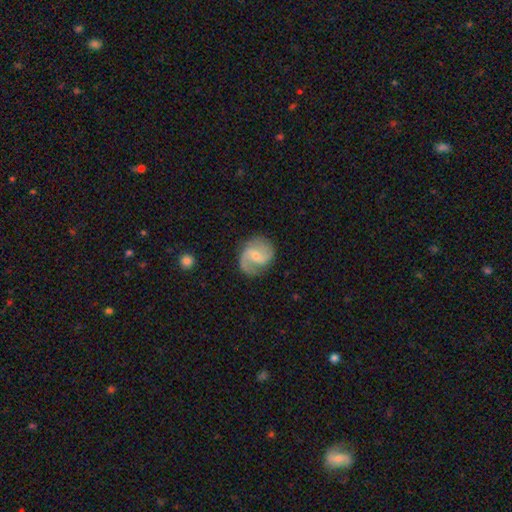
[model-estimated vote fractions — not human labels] Morphology: type=featured or disk (83%); edge-on=no (98%); bar=weak (48%); spiral arms=yes (96%); winding=medium (50%); arm count=2 (87%); bulge=small (57%); merging=none (78%).